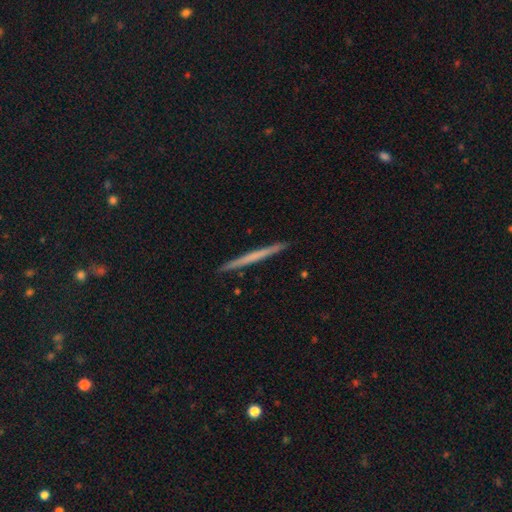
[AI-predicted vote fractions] smooth_or_featured: smooth (p=0.49) [alt: featured or disk p=0.46]
merging: none (p=0.92) [alt: minor disturbance p=0.05]